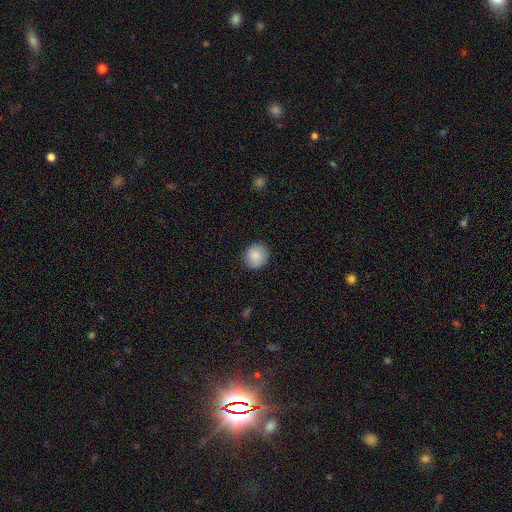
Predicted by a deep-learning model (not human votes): Morphology: type=smooth (86%); roundness=round (86%); merging=none (89%).